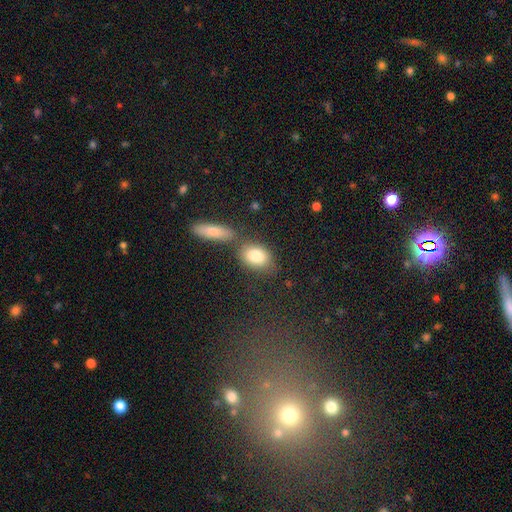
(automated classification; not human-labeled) This appears to be a smooth galaxy with no disk features (82%) that is in between round and cigar-shaped (73%). Merging: none (60%).